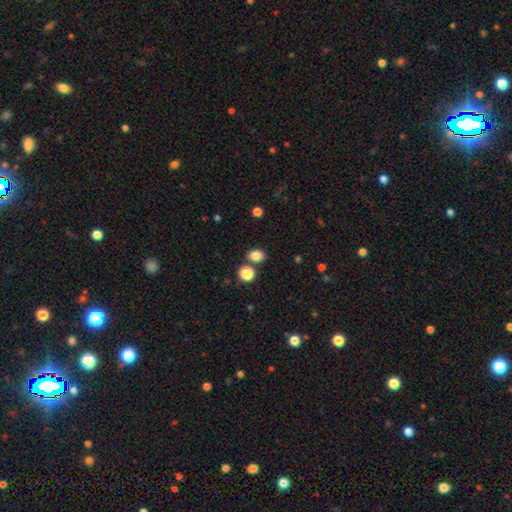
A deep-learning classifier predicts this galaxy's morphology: A smooth galaxy with no disk features (82%) that is round (56%).

Vote fractions:
- Smooth or featured? smooth: 82% / star or artifact: 13% / featured or disk: 5%
- How rounded? round: 56% / in between: 43% / cigar-shaped: 1%
- Merging? none: 78% / merger: 11% / minor disturbance: 9% / major disturbance: 3%